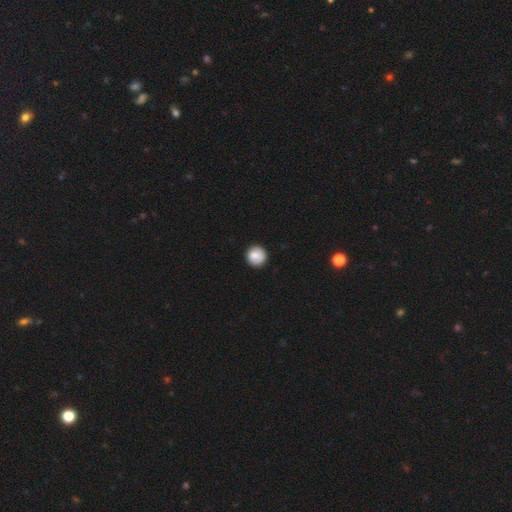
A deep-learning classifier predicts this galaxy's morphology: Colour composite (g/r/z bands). It shows a smooth galaxy with no disk features (83%) that is round (93%). Merging: none (89%).